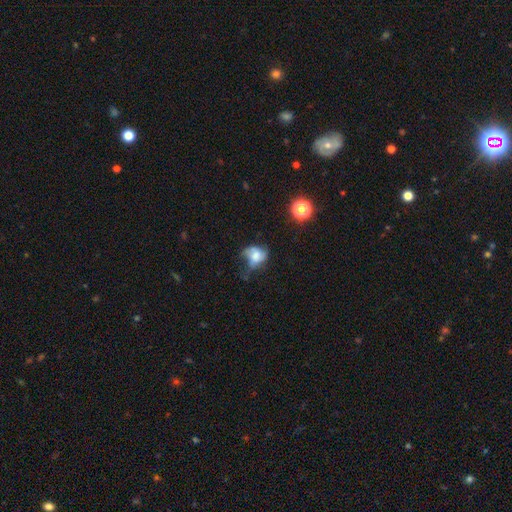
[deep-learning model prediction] Smooth or featured: smooth — 56% (featured or disk — 32%)
How rounded: in between — 54% (round — 44%)
Merging: major disturbance — 36% (minor disturbance — 30%)